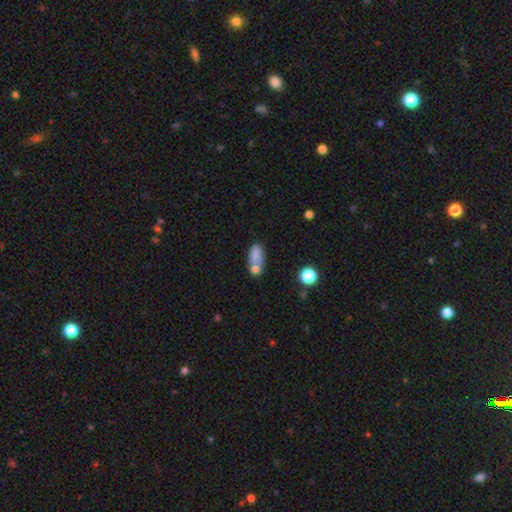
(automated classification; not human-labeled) Q: Smooth or featured?
A: smooth (73%); runner-up: featured or disk (17%)
Q: How rounded?
A: in between (81%); runner-up: cigar-shaped (10%)
Q: Merging?
A: merger (39%); runner-up: none (36%)